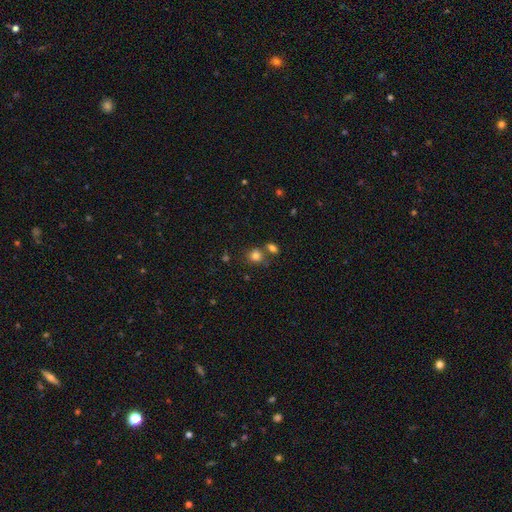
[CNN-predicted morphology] Smooth or featured? Predicted: smooth (p=0.80). How rounded? Predicted: round (p=0.71). Merging? Predicted: none (p=0.60).